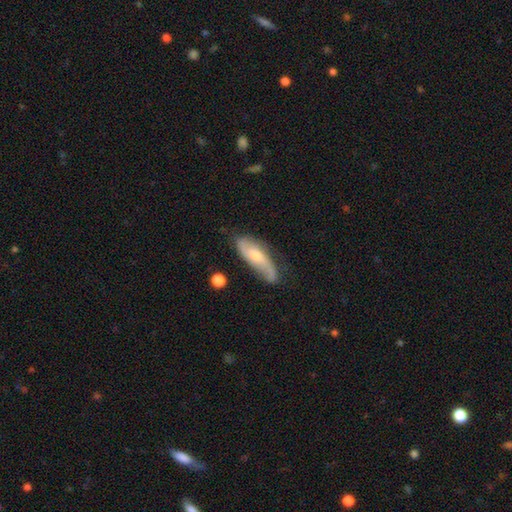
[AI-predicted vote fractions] Smooth or featured?
  - featured or disk: 58% *
  - smooth: 36%
  - star or artifact: 6%
Edge-on disk?
  - no: 83% *
  - yes: 17%
Merging?
  - none: 57% *
  - minor disturbance: 29%
  - major disturbance: 11%
  - merger: 3%